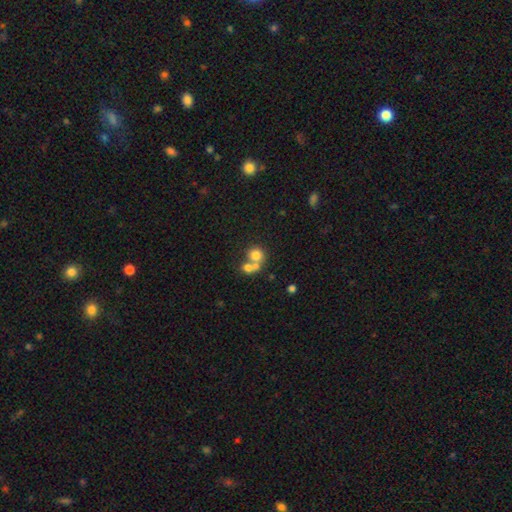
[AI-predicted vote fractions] smooth-or-featured: smooth: 70% | featured or disk: 18% | star or artifact: 12%
  how-rounded: round: 79% | in between: 20% | cigar-shaped: 1%
  merging: merger: 56% | none: 33% | minor disturbance: 6% | major disturbance: 4%